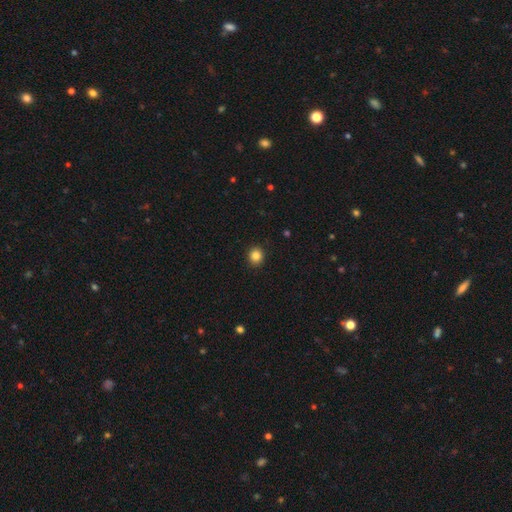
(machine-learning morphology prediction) A smooth galaxy with no disk features (85%) that is round (82%).

Vote fractions:
- Smooth or featured? smooth: 85% / star or artifact: 11% / featured or disk: 4%
- How rounded? round: 82% / in between: 17% / cigar-shaped: 1%
- Merging? none: 91% / minor disturbance: 6% / major disturbance: 2% / merger: 1%